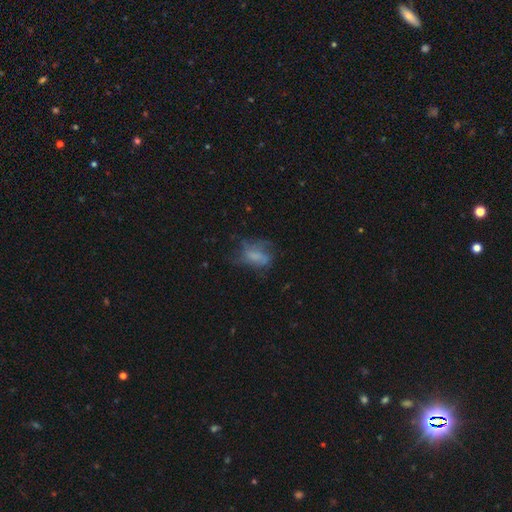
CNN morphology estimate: Smooth or featured? Predicted: smooth (p=0.45). Merging? Predicted: none (p=0.39).